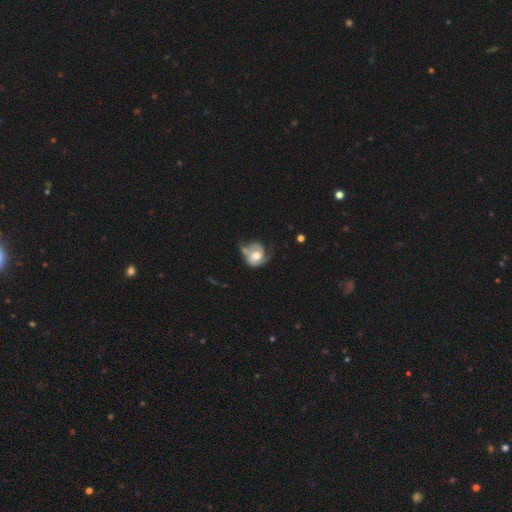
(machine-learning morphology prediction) type=smooth (47%); merging=major disturbance (32%).